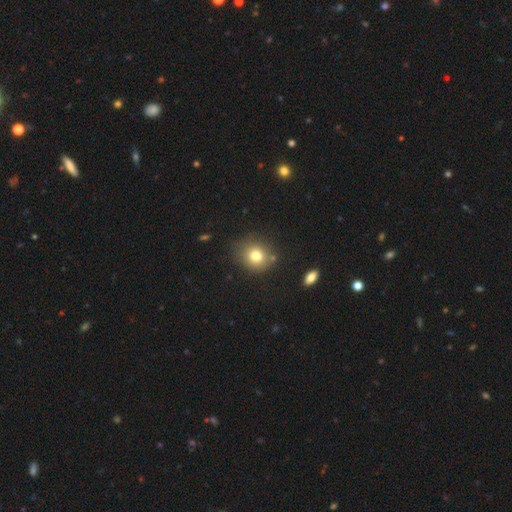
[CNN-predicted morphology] Overall: smooth (78%). How rounded: round (77%). Merging: none (77%).